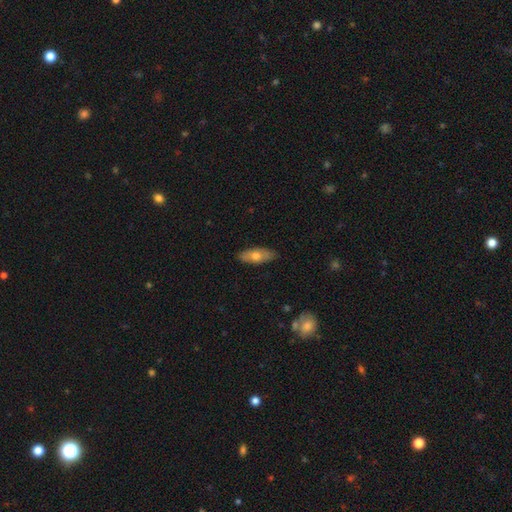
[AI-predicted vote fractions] This appears to be a smooth galaxy with no disk features (65%) that is in between round and cigar-shaped (72%). Merging: none (86%).